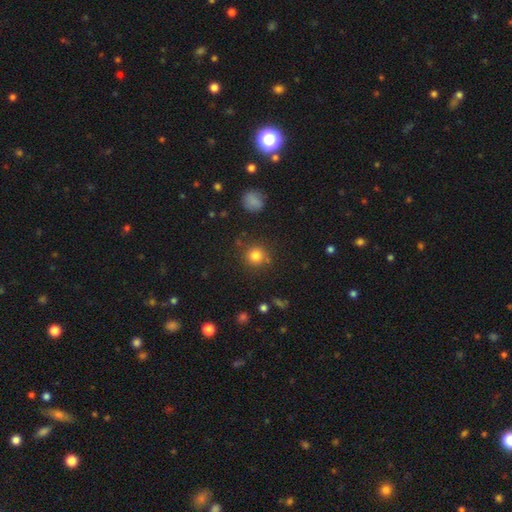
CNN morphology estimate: type=smooth (81%); roundness=round (93%); merging=none (82%).